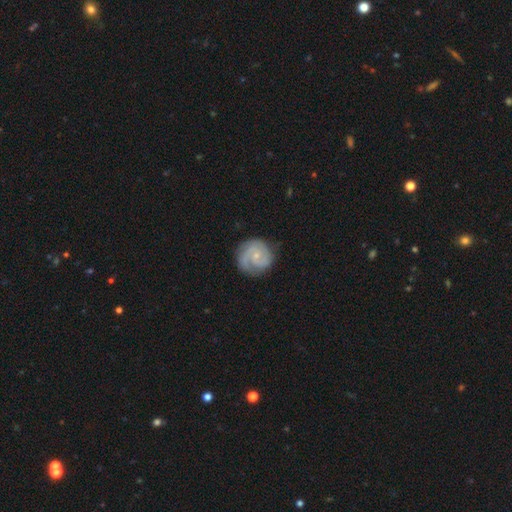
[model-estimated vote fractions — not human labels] Morphology: type=featured or disk (84%); edge-on=no (98%); bar=no (64%); spiral arms=yes (97%); winding=tight (58%); arm count=2 (65%); bulge=small (73%); merging=none (79%).